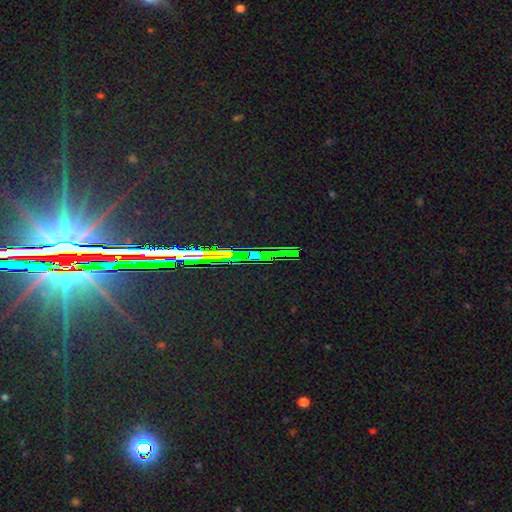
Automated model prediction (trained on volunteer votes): Q: Smooth or featured?
A: star or artifact (79%); runner-up: featured or disk (13%)